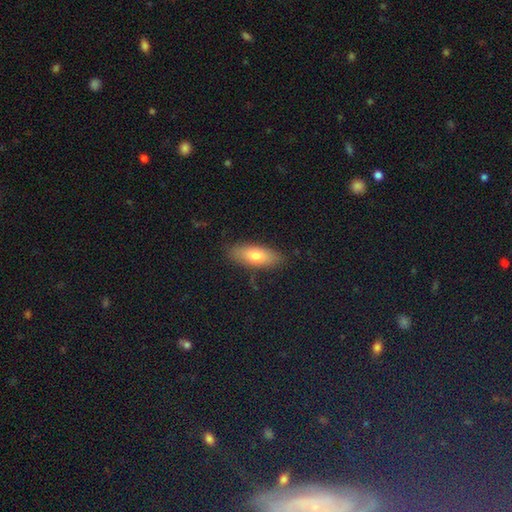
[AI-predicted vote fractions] A smooth galaxy with no disk features (72%) that is in between round and cigar-shaped (71%).

Vote fractions:
- Smooth or featured? smooth: 72% / featured or disk: 20% / star or artifact: 8%
- How rounded? in between: 71% / cigar-shaped: 26% / round: 3%
- Merging? none: 85% / minor disturbance: 11% / major disturbance: 3% / merger: 1%